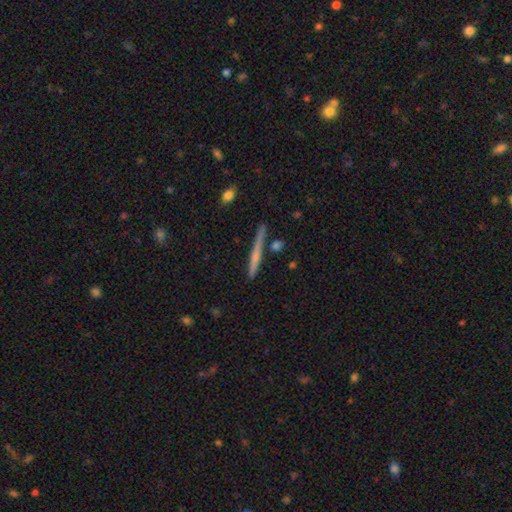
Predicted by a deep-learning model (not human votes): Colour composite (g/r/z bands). It shows a featured or disk galaxy (49%). Merging: none (82%).